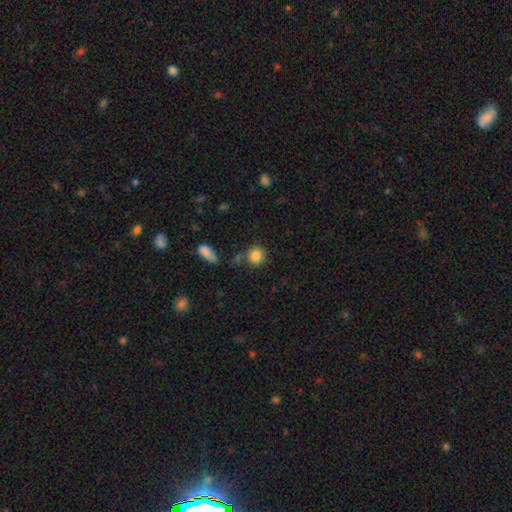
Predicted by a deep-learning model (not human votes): Smooth or featured? smooth (85%)
How rounded? round (85%)
Merging? none (72%)